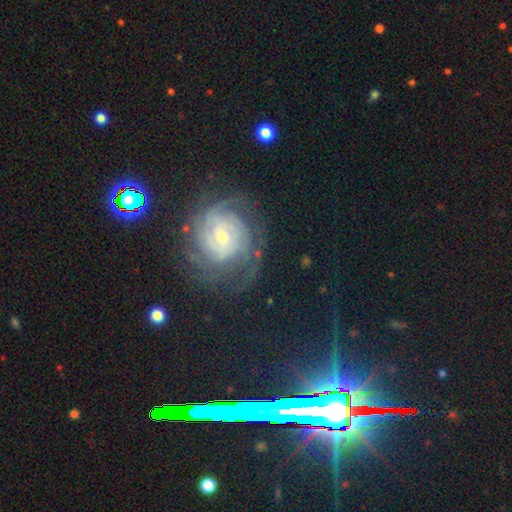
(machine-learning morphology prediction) Overall: featured or disk (62%; star or artifact 25%). Edge-on disk: no (94%). Bar: no (58%; weak 31%). Spiral arms: yes (92%). Spiral arm count: can't tell (45%; 2 21%). Spiral winding: tight (70%). Bulge size: small (66%; moderate 28%). Merging: none (77%).